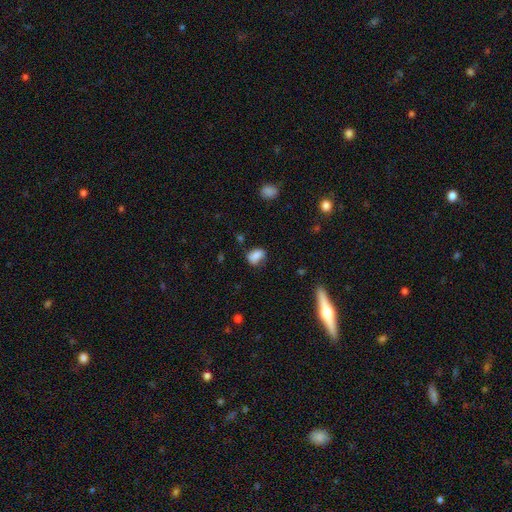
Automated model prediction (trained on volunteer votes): Smooth or featured?
  - smooth: 83% *
  - star or artifact: 9%
  - featured or disk: 8%
How rounded?
  - in between: 78% *
  - round: 19%
  - cigar-shaped: 2%
Merging?
  - none: 61% *
  - minor disturbance: 27%
  - major disturbance: 7%
  - merger: 5%